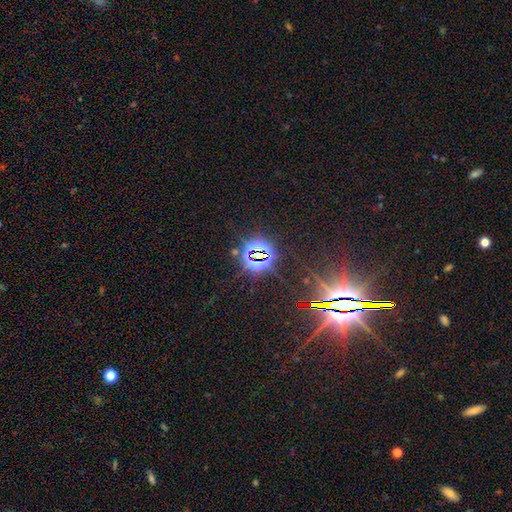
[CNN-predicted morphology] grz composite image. It shows a star or artifact, not a galaxy (82%).